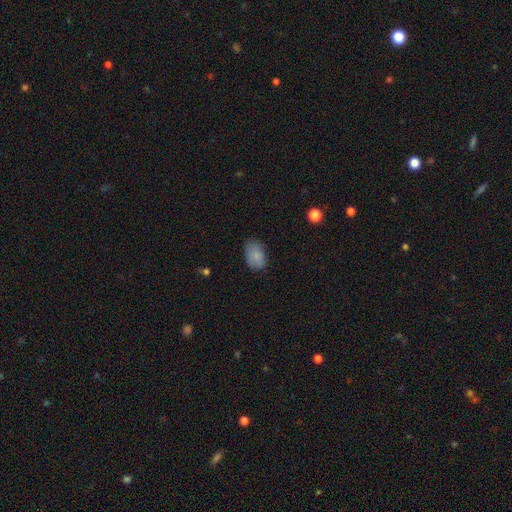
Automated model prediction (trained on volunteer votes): A smooth galaxy with no disk features (85%) that is in between round and cigar-shaped (87%). Merging: none (75%).